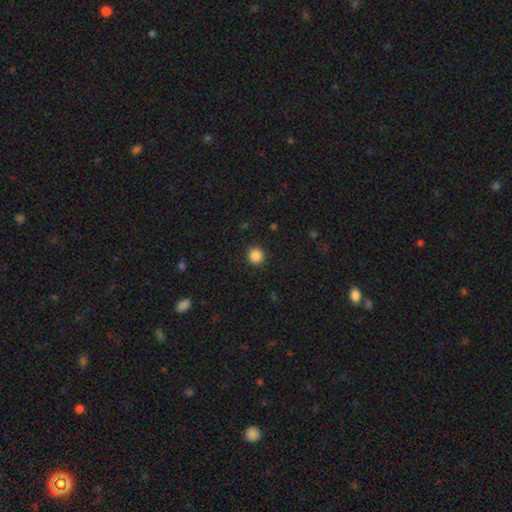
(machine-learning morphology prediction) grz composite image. It shows a smooth galaxy with no disk features (87%) that is round (94%). Merging: none (92%).